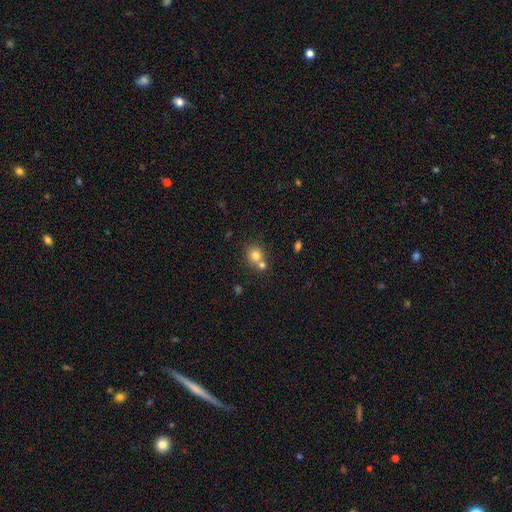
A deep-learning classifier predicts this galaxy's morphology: smooth_or_featured: smooth (p=0.77) [alt: star or artifact p=0.12]
how_rounded: round (p=0.83) [alt: in between p=0.17]
merging: none (p=0.48) [alt: merger p=0.42]